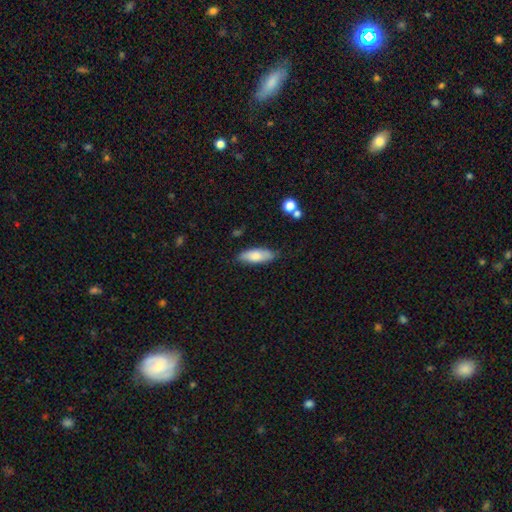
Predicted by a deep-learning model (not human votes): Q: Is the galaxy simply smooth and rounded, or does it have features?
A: smooth — 77%.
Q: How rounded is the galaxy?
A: in between — 69%.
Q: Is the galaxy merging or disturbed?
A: none — 79%.